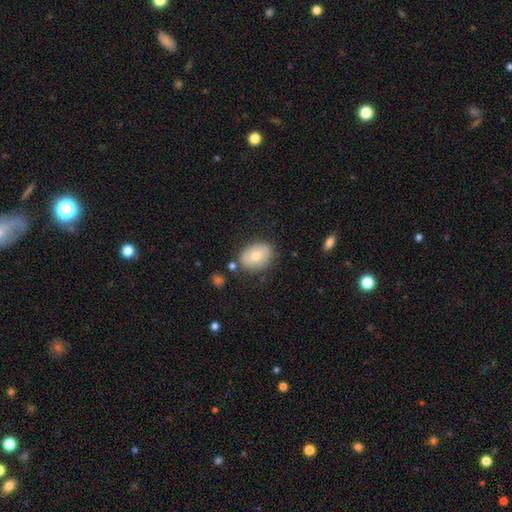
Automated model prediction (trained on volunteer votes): smooth_or_featured: smooth (p=0.66) [alt: featured or disk p=0.26]
how_rounded: in between (p=0.68) [alt: round p=0.31]
merging: none (p=0.78) [alt: minor disturbance p=0.14]